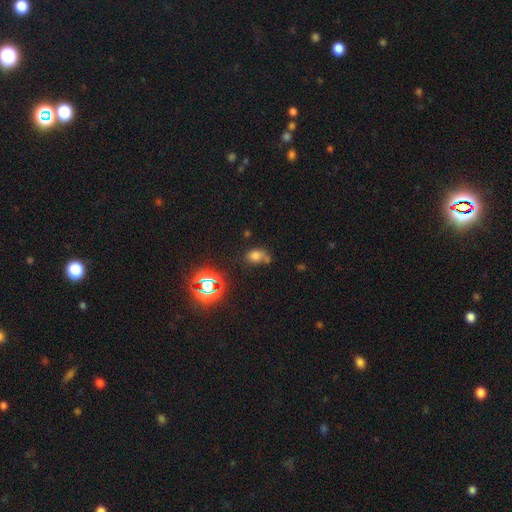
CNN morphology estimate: smooth_or_featured: smooth (p=0.69) [alt: star or artifact p=0.22]
how_rounded: in between (p=0.58) [alt: round p=0.40]
merging: none (p=0.49) [alt: merger p=0.25]